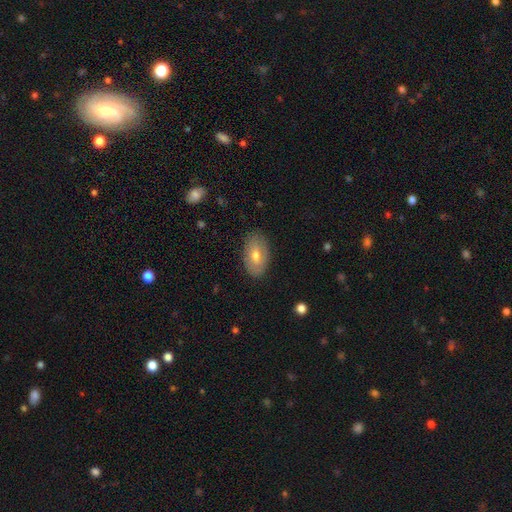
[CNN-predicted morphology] Overall: smooth (58%; featured or disk 34%). How rounded: in between (92%). Merging: none (85%).